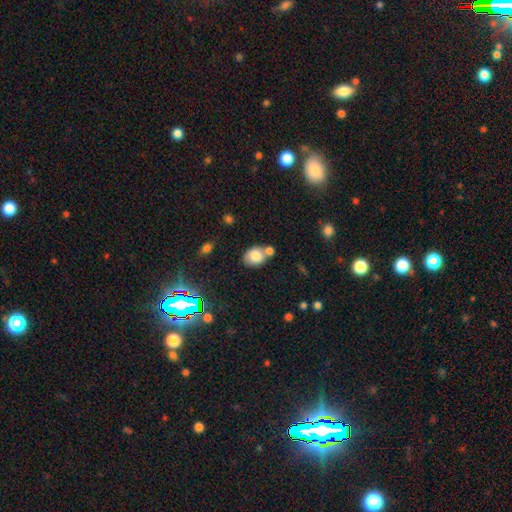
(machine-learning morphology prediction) This is likely a smooth galaxy (77%). How rounded: likely in between (65%). Merging: possibly none (47%).